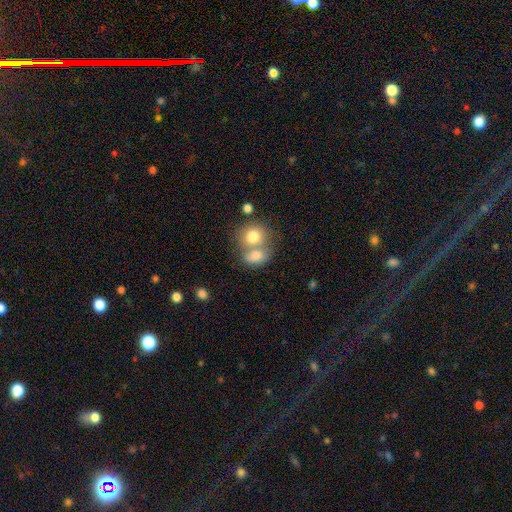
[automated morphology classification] A smooth galaxy with no disk features (76%) that is round (50%).

Vote fractions:
- Smooth or featured? smooth: 76% / featured or disk: 15% / star or artifact: 9%
- How rounded? round: 50% / in between: 49% / cigar-shaped: 1%
- Merging? merger: 60% / none: 27% / minor disturbance: 8% / major disturbance: 5%